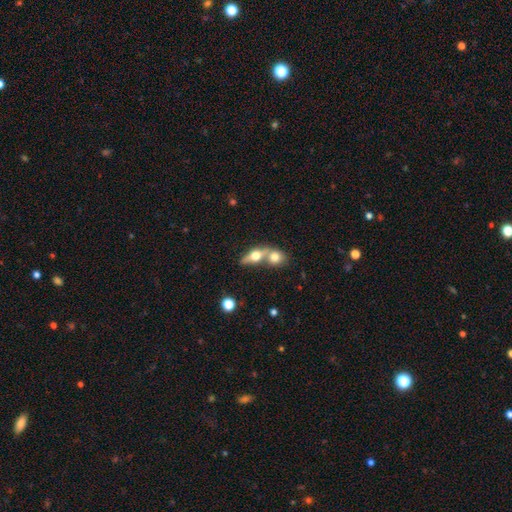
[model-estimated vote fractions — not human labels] smooth_or_featured: smooth (p=0.54) [alt: featured or disk p=0.38]
how_rounded: in between (p=0.57) [alt: cigar-shaped p=0.23]
merging: merger (p=0.65) [alt: none p=0.25]